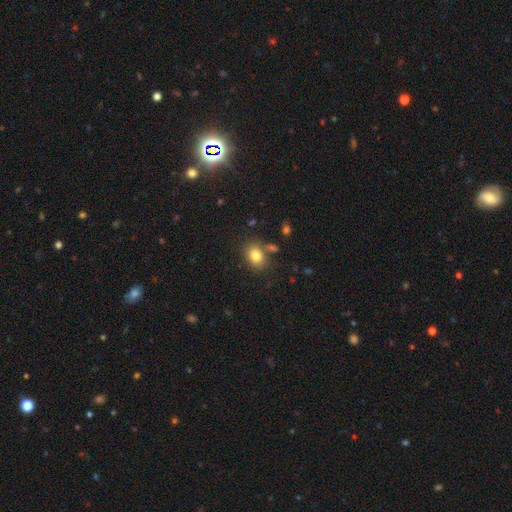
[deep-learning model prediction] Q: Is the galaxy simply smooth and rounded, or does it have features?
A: smooth — 82%.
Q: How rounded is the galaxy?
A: in between — 66%.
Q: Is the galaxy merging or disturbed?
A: none — 74%.